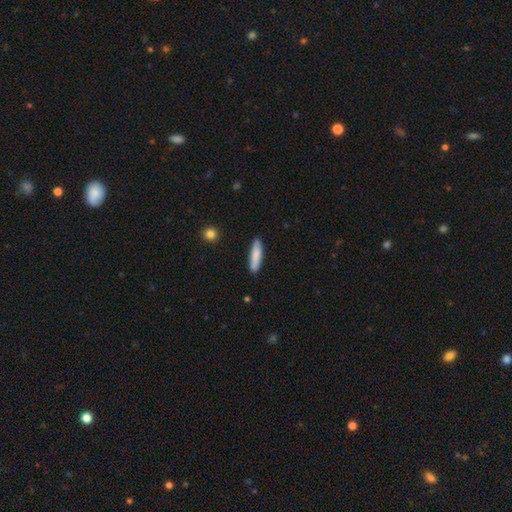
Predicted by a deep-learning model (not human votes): Overall: smooth (82%). How rounded: cigar-shaped (80%). Merging: none (88%).